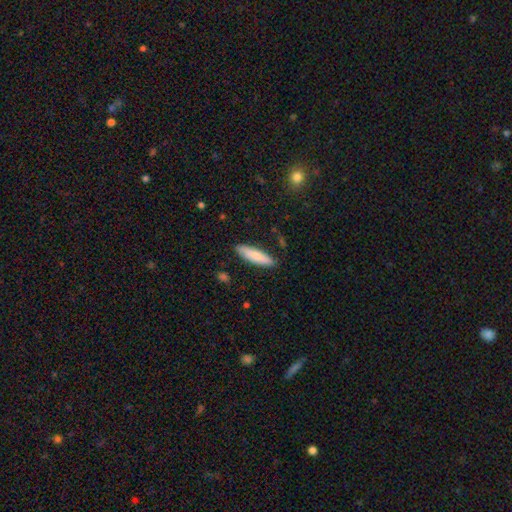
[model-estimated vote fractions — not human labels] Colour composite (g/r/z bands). It shows a smooth galaxy with no disk features (80%) that is cigar-shaped (65%). Merging: none (86%).